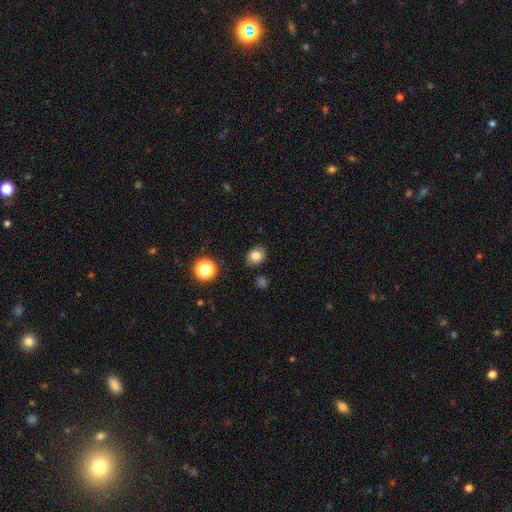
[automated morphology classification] This appears to be a smooth galaxy with no disk features (79%) that is in between round and cigar-shaped (60%). Merging: none (82%).